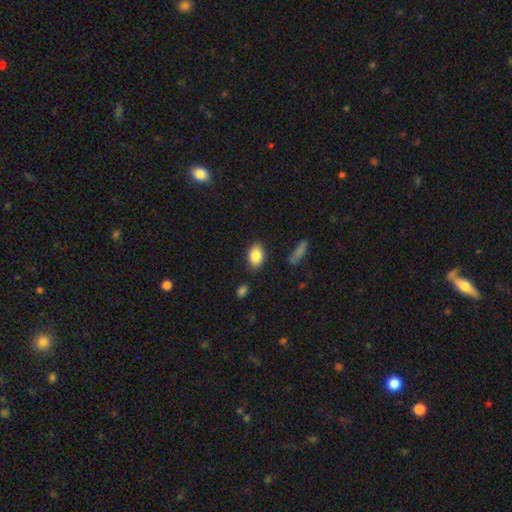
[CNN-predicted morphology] Smooth or featured? smooth (85%)
How rounded? in between (80%)
Merging? none (84%)